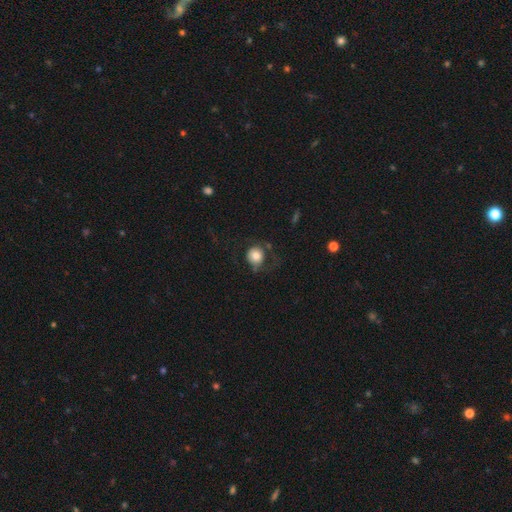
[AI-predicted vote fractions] Q: Smooth or featured?
A: smooth (77%); runner-up: featured or disk (14%)
Q: How rounded?
A: round (86%); runner-up: in between (13%)
Q: Merging?
A: none (52%); runner-up: major disturbance (24%)